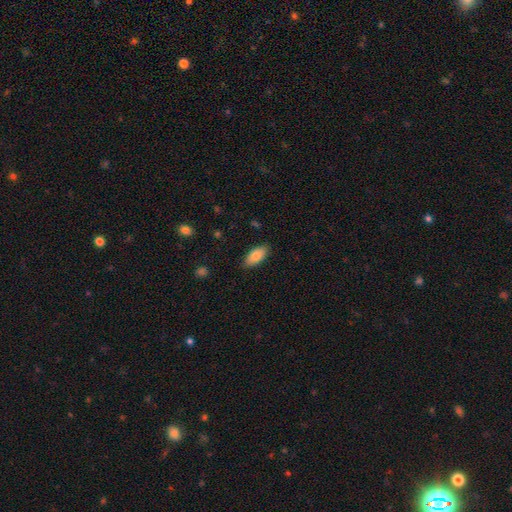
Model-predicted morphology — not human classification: The model was most divided on "smooth or featured": smooth: 81%, featured or disk: 12%, star or artifact: 6%. More confident: how rounded — in between (90%); merging — none (85%).